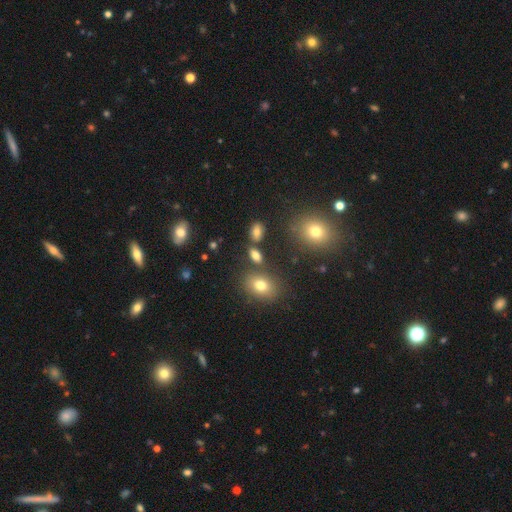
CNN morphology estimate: A smooth galaxy with no disk features (75%) that is in between round and cigar-shaped (82%). Merging: none (73%).